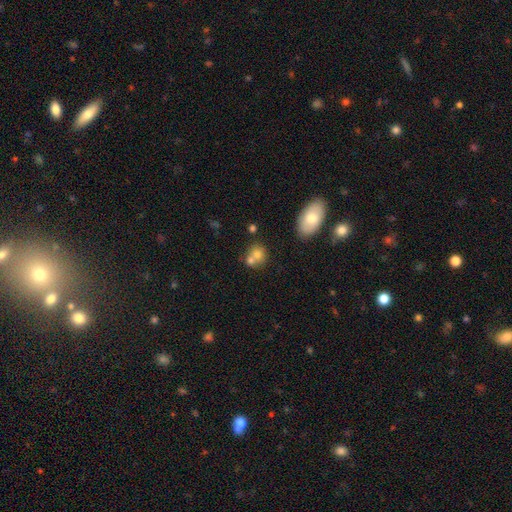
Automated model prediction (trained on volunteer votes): Smooth or featured? smooth (72%)
How rounded? round (71%)
Merging? merger (48%)